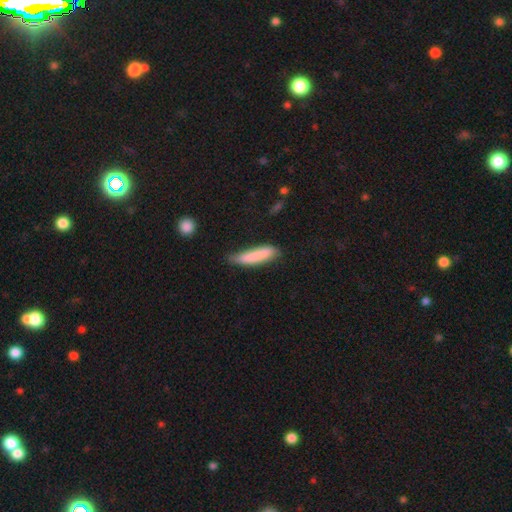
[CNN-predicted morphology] smooth 83%, featured or disk 11%, star or artifact 6%. Down the decision tree: how rounded — cigar-shaped (83%); merging — none (61%).